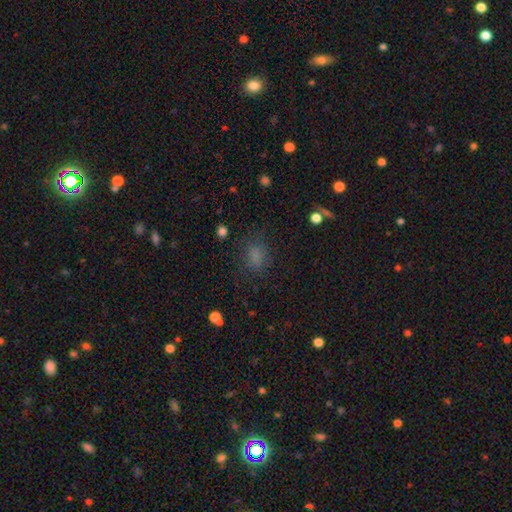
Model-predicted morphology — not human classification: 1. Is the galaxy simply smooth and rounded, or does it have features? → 74% smooth, 19% star or artifact, 7% featured or disk.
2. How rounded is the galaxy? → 67% in between, 30% round, 3% cigar-shaped.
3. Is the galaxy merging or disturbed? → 72% none, 16% minor disturbance, 9% major disturbance, 2% merger.